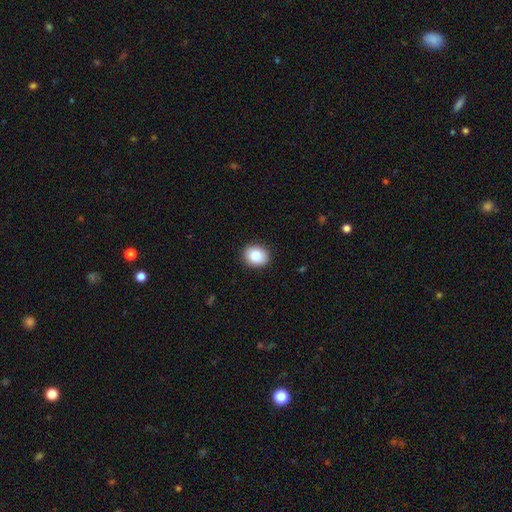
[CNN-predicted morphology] Smooth or featured? smooth (87%)
How rounded? round (57%)
Merging? none (90%)